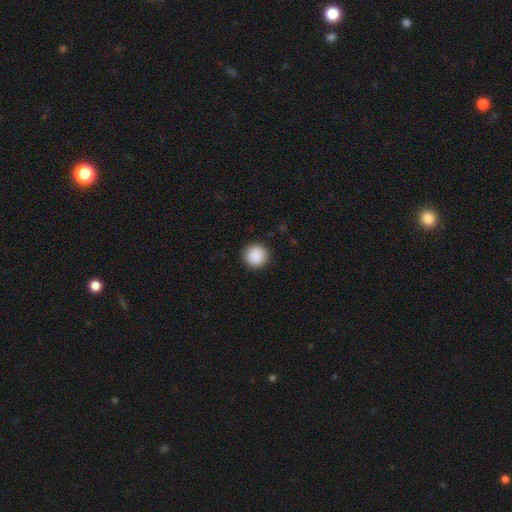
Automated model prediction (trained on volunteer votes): Morphology: type=smooth (90%); roundness=round (95%); merging=none (92%).